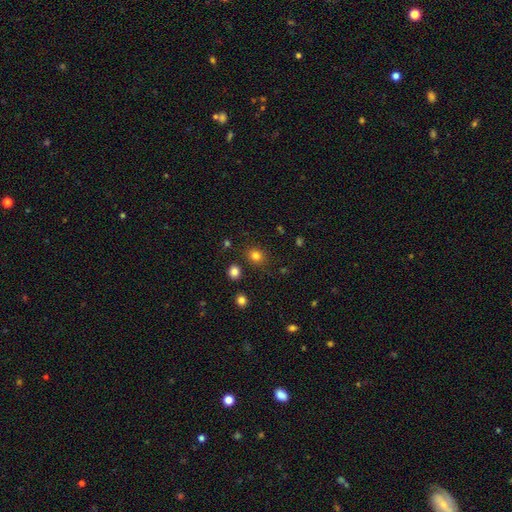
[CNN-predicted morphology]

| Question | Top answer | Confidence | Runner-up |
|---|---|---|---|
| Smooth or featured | smooth | 81% | star or artifact (14%) |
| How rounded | round | 75% | in between (24%) |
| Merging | none | 84% | minor disturbance (9%) |